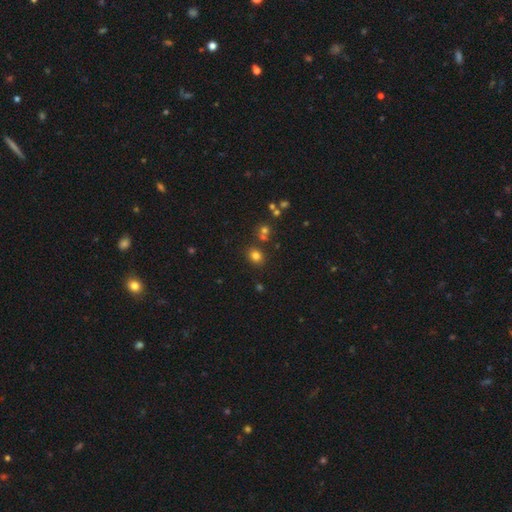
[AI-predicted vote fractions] A smooth galaxy with no disk features (77%) that is round (67%). Merging: none (79%).